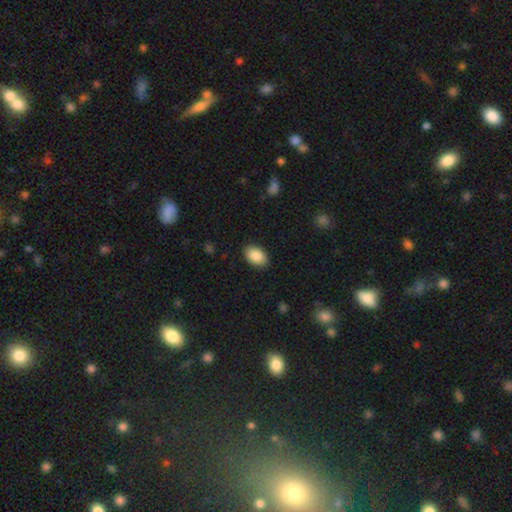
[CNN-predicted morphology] Smooth or featured? Predicted: smooth (p=0.88). How rounded? Predicted: in between (p=0.90). Merging? Predicted: none (p=0.88).